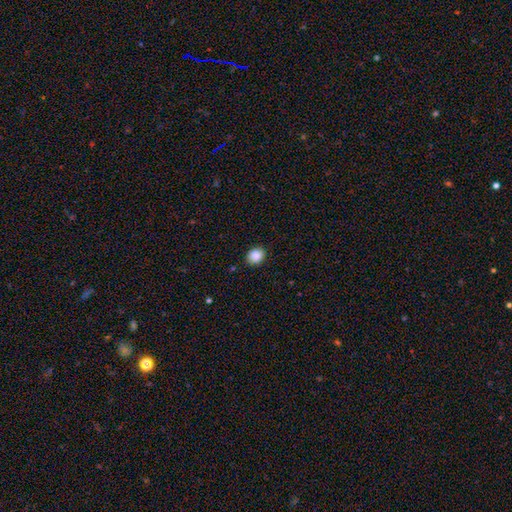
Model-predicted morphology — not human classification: Smooth or featured?
  - smooth: 88% *
  - star or artifact: 9%
  - featured or disk: 3%
How rounded?
  - round: 65% *
  - in between: 34%
  - cigar-shaped: 1%
Merging?
  - none: 88% *
  - minor disturbance: 9%
  - major disturbance: 2%
  - merger: 1%